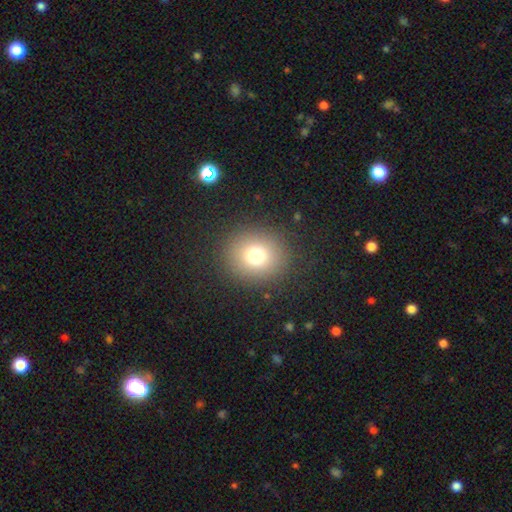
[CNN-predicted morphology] Overall: smooth (74%). How rounded: round (87%). Merging: none (88%).